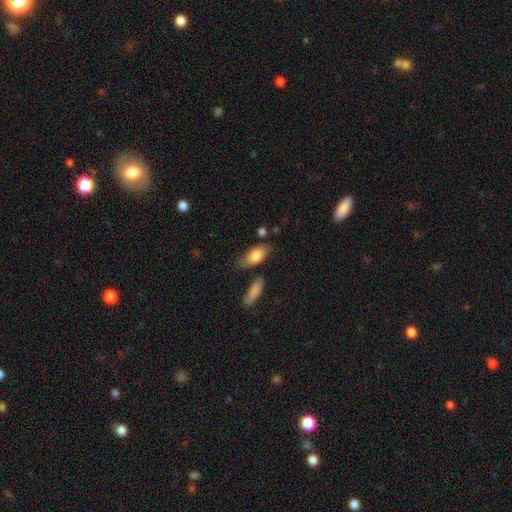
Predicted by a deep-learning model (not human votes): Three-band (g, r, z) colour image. It shows a smooth galaxy with no disk features (79%) that is in between round and cigar-shaped (85%). Merging: none (67%).